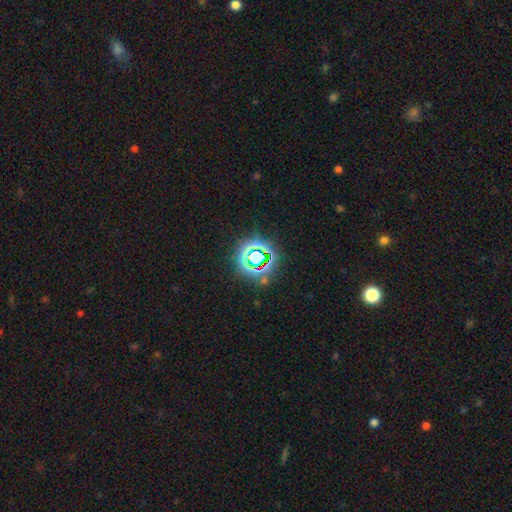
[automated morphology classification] Smooth or featured? star or artifact (77%)